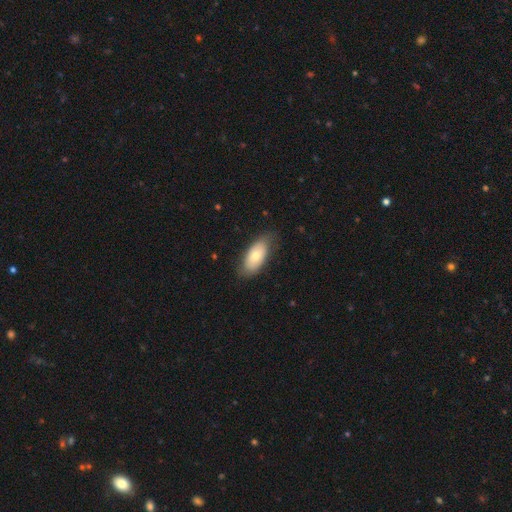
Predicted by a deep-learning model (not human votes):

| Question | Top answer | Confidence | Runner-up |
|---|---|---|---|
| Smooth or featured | smooth | 73% | featured or disk (21%) |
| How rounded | in between | 90% | cigar-shaped (7%) |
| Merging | none | 77% | minor disturbance (18%) |